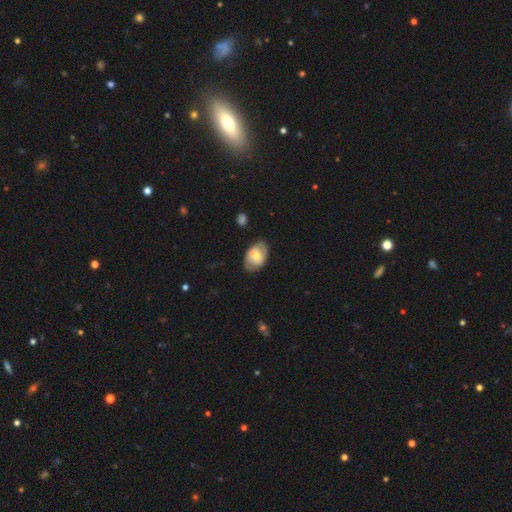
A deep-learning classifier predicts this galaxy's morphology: A smooth galaxy with no disk features (48%).

Vote fractions:
- Smooth or featured? smooth: 48% / featured or disk: 46% / star or artifact: 7%
- Merging? none: 73% / minor disturbance: 19% / major disturbance: 5% / merger: 2%